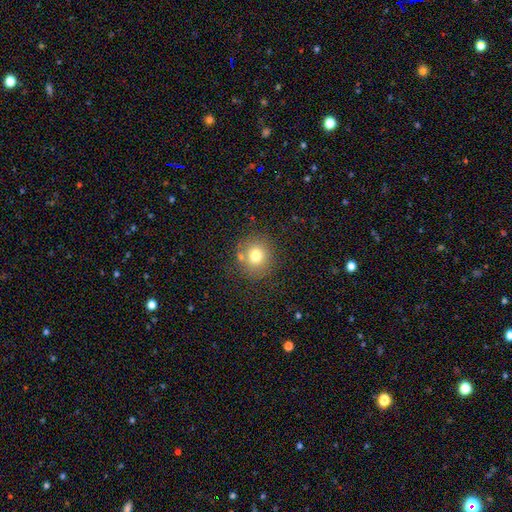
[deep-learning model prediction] This appears to be a smooth galaxy with no disk features (75%) that is round (84%). Merging: none (78%).